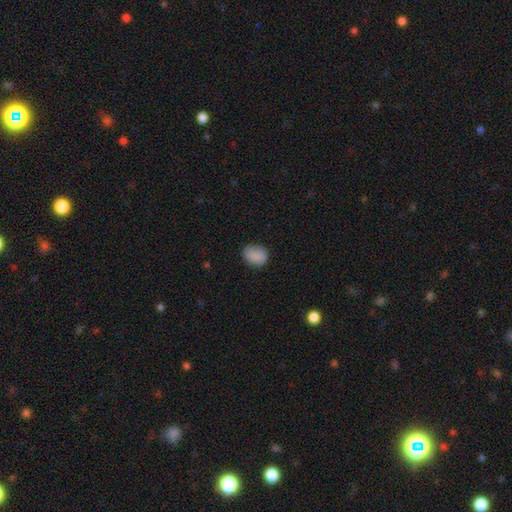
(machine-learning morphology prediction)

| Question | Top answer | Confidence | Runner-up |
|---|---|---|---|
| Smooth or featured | smooth | 87% | star or artifact (8%) |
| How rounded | in between | 57% | round (42%) |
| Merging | none | 80% | minor disturbance (16%) |